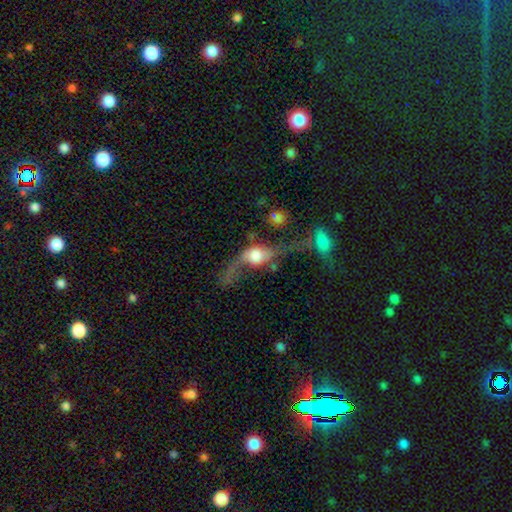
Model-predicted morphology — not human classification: Smooth or featured? Predicted: featured or disk (p=0.55). Edge-on disk? Predicted: no (p=0.76). Merging? Predicted: major disturbance (p=0.38).